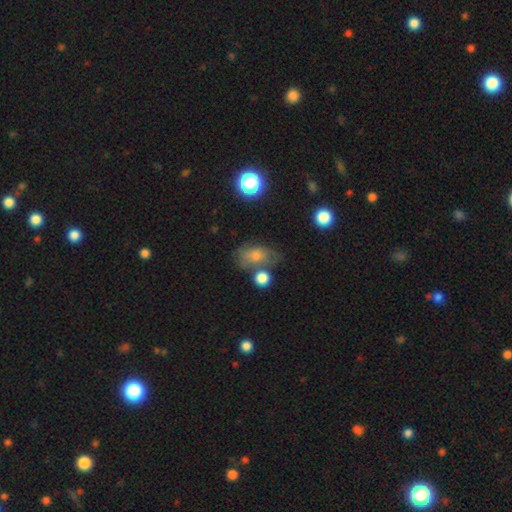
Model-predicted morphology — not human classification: type=smooth (64%); roundness=in between (76%); merging=none (48%).